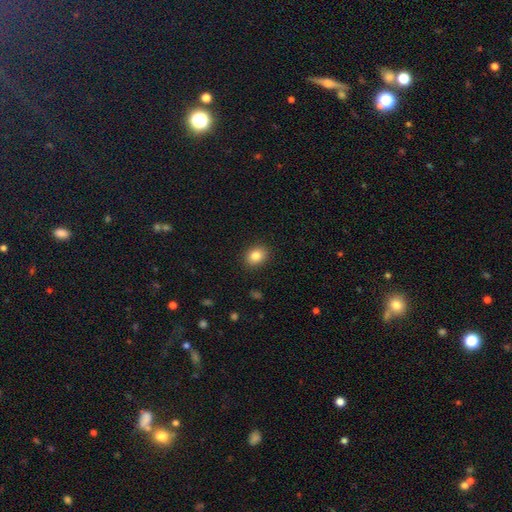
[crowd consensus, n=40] smooth 85%, featured or disk 8%, star or artifact 8%. Down the decision tree: how rounded — in between (56%); merging — none (95%).